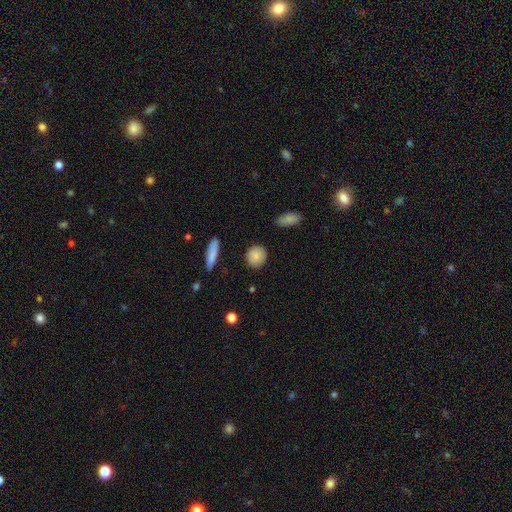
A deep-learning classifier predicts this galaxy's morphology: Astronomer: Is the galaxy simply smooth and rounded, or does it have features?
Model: smooth — 84%.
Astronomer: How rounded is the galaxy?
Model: round — 82%.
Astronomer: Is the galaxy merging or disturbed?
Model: none — 87%.